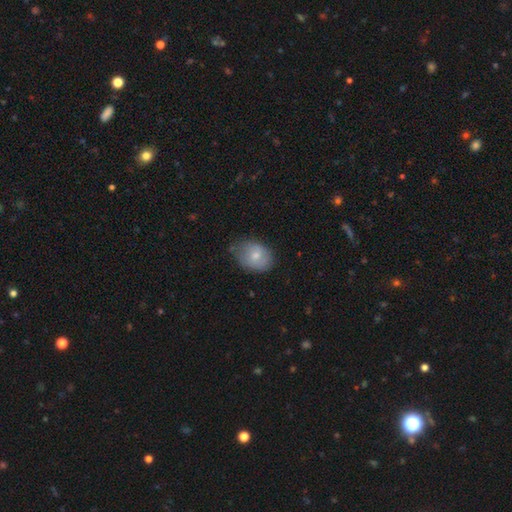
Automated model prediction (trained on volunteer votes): smooth-or-featured: smooth: 69% | featured or disk: 24% | star or artifact: 7%
  how-rounded: in between: 68% | round: 31% | cigar-shaped: 1%
  merging: none: 63% | minor disturbance: 28% | major disturbance: 6% | merger: 2%